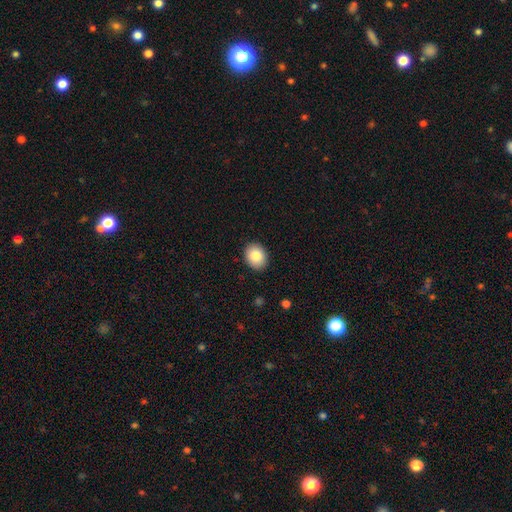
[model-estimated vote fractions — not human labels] smooth-or-featured: smooth: 84% | star or artifact: 8% | featured or disk: 8%
  how-rounded: in between: 51% | round: 48% | cigar-shaped: 1%
  merging: none: 90% | minor disturbance: 7% | major disturbance: 2% | merger: 1%